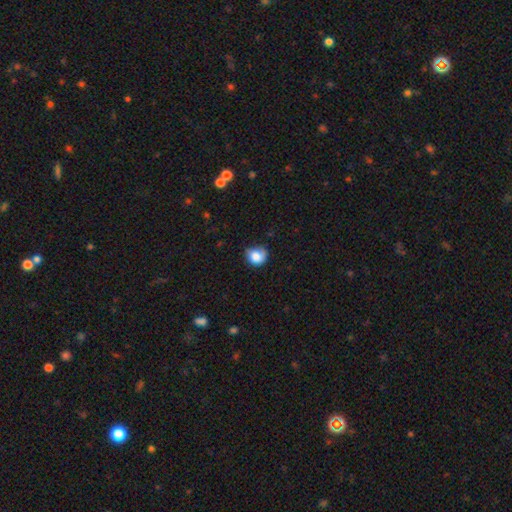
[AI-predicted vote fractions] Morphology: type=smooth (80%); roundness=round (71%); merging=none (51%).